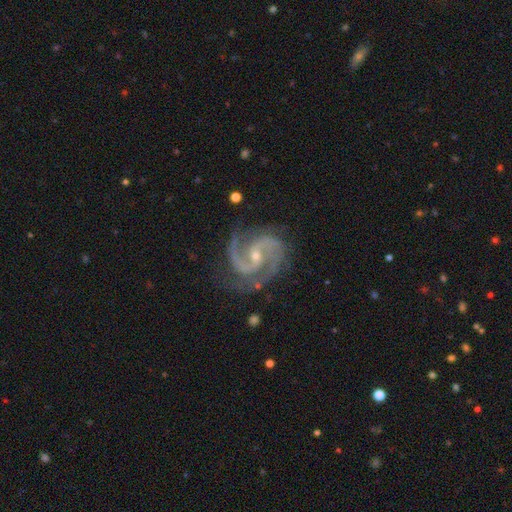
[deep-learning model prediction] A featured or disk galaxy (93%) with a weak bar (42%), 2 (86%) medium (65%) spiral arms (99%) and a small central bulge (65%). Merging: none (76%).